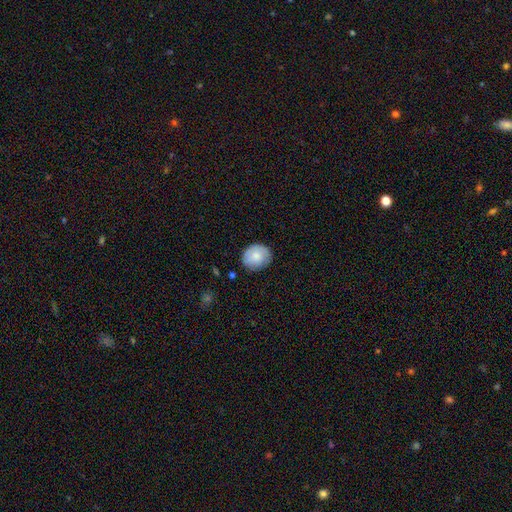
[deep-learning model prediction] Smooth or featured: smooth — 79% (featured or disk — 14%)
How rounded: round — 66% (in between — 33%)
Merging: none — 79% (minor disturbance — 16%)